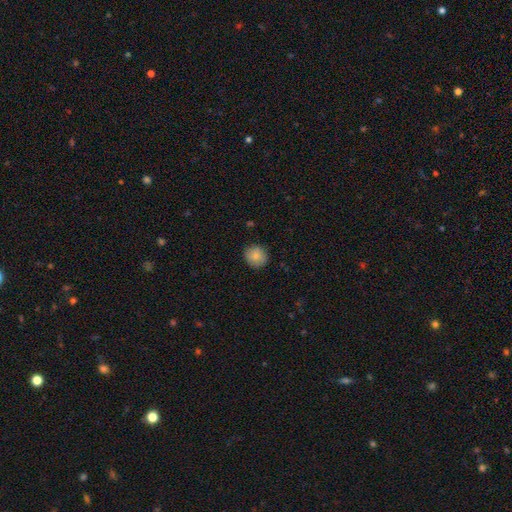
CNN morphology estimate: This appears to be a smooth galaxy with no disk features (83%) that is round (89%). Merging: none (88%).